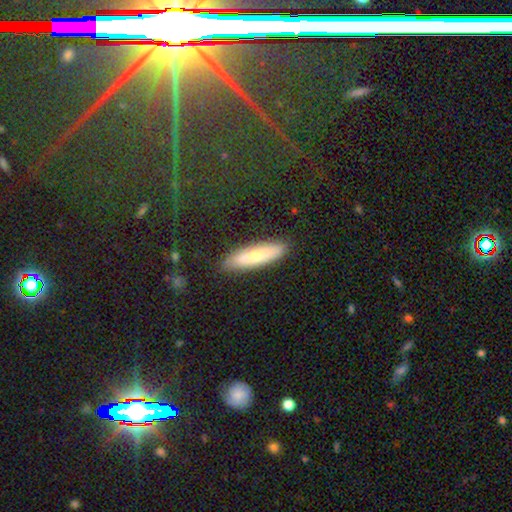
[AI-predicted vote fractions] A smooth galaxy with no disk features (66%) that is cigar-shaped (71%). Merging: none (87%).